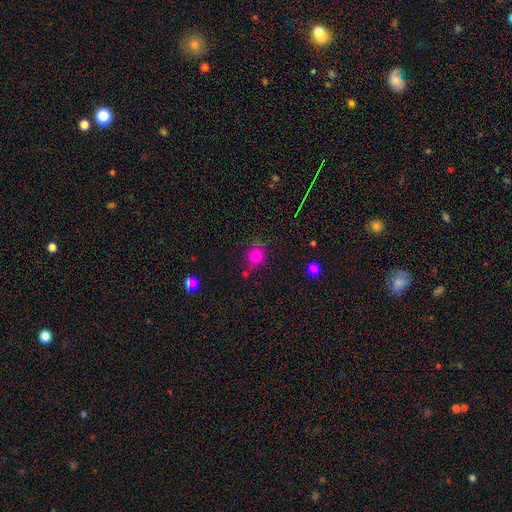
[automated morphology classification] type=smooth (80%); roundness=round (79%); merging=none (71%).